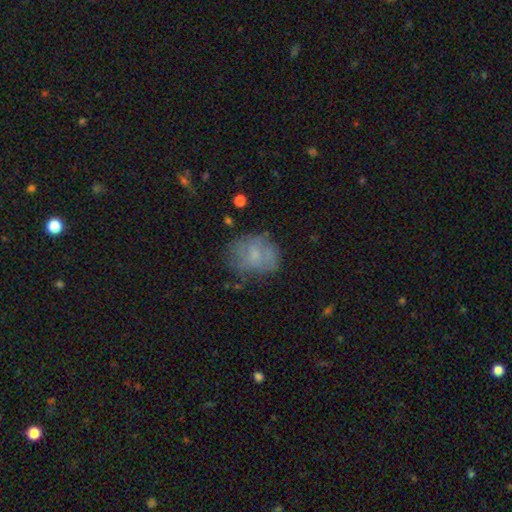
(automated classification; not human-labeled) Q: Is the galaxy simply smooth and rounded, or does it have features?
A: smooth — 57%.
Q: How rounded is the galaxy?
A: in between — 51%.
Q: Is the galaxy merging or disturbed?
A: none — 60%.